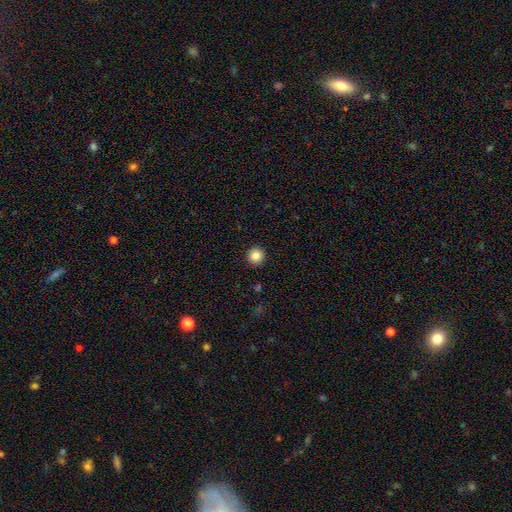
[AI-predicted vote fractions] This is clearly a smooth galaxy (85%). How rounded: clearly round (95%). Merging: clearly none (93%).